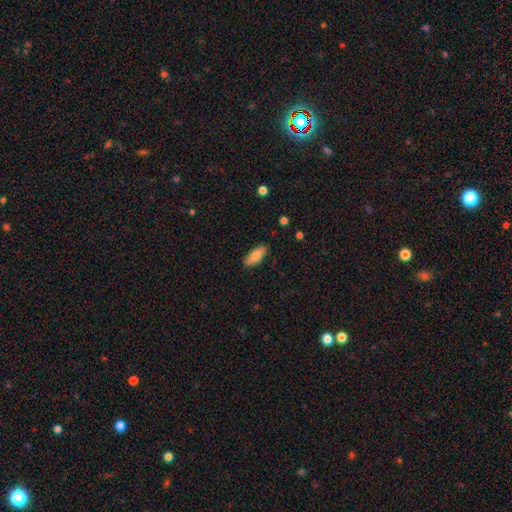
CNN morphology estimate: Smooth or featured? Predicted: smooth (p=0.82). How rounded? Predicted: in between (p=0.75). Merging? Predicted: none (p=0.86).